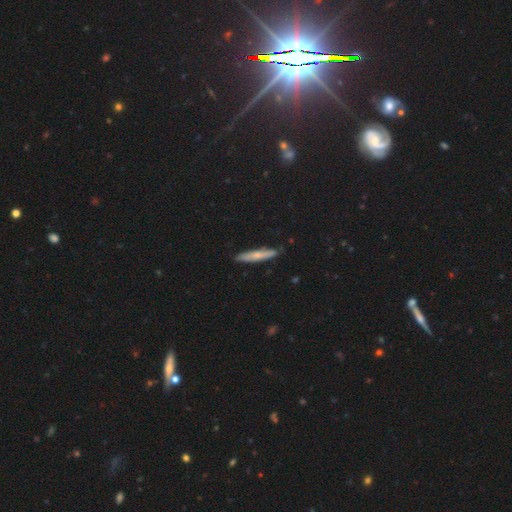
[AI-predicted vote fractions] A smooth galaxy with no disk features (59%) that is cigar-shaped (92%). Merging: none (86%).